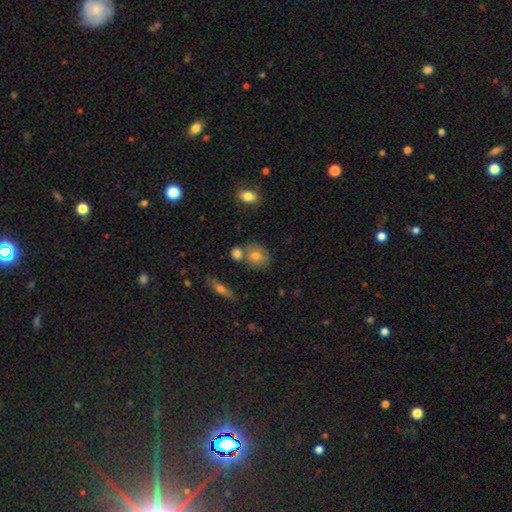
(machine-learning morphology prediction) Smooth or featured? Predicted: smooth (p=0.72). How rounded? Predicted: round (p=0.62). Merging? Predicted: none (p=0.58).